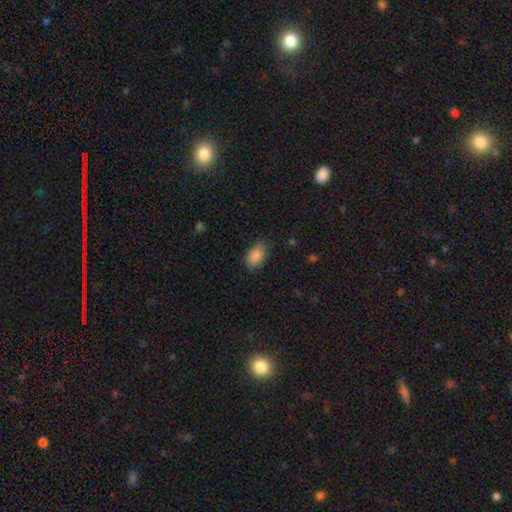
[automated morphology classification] Smooth or featured: smooth — 88% (star or artifact — 7%)
How rounded: in between — 90% (round — 8%)
Merging: none — 80% (minor disturbance — 16%)